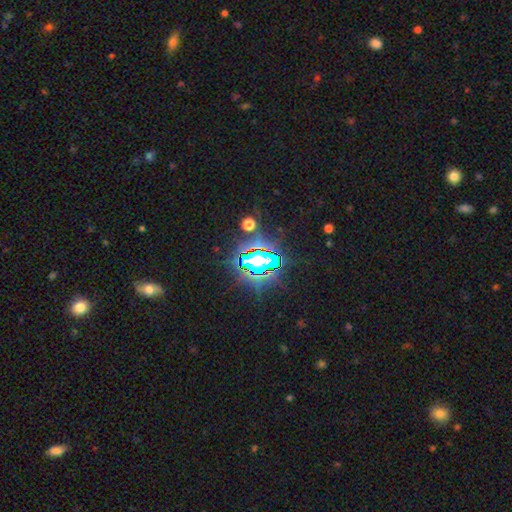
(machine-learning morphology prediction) Smooth or featured: star or artifact — 77% (smooth — 13%)